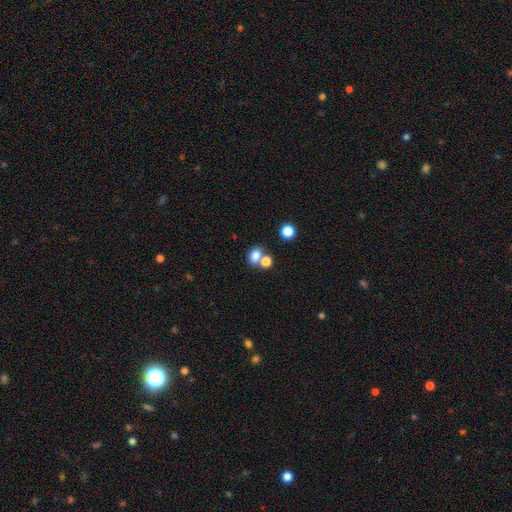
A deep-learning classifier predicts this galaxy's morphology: smooth 79%, star or artifact 13%, featured or disk 9%. Down the decision tree: how rounded — in between (59%); merging — none (47%).